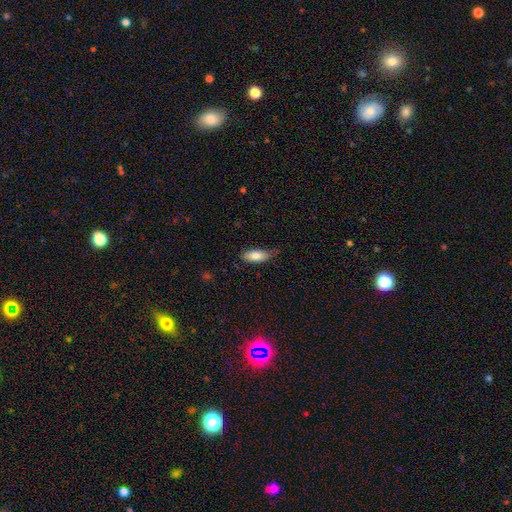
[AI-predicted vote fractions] Smooth or featured: smooth — 82% (featured or disk — 11%)
How rounded: in between — 83% (cigar-shaped — 15%)
Merging: none — 64% (minor disturbance — 29%)